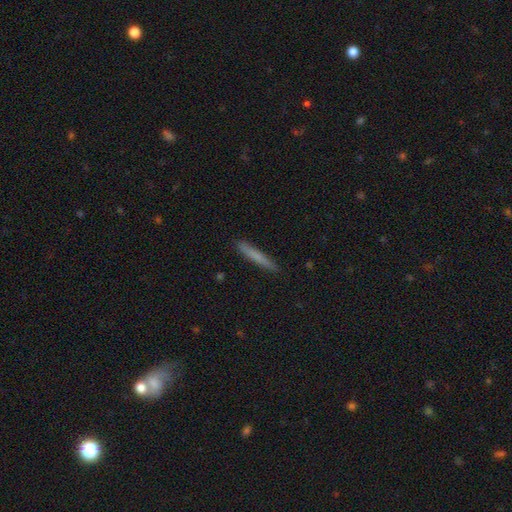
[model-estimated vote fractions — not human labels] The model was most divided on "smooth or featured": smooth: 71%, featured or disk: 22%, star or artifact: 6%. More confident: how rounded — cigar-shaped (96%); merging — none (91%).